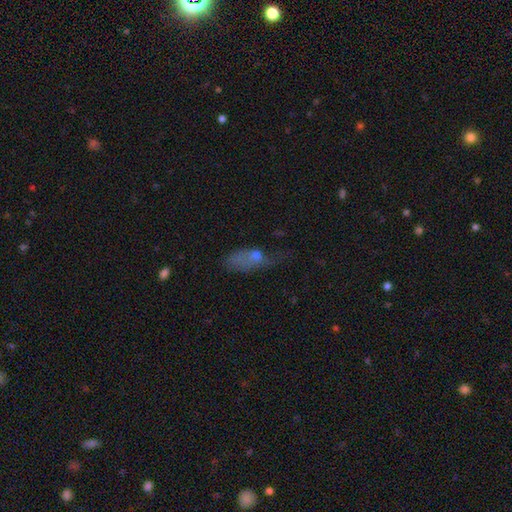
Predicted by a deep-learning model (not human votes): Q: Smooth or featured?
A: smooth (51%); runner-up: featured or disk (31%)
Q: How rounded?
A: in between (63%); runner-up: cigar-shaped (29%)
Q: Merging?
A: none (34%); runner-up: major disturbance (32%)